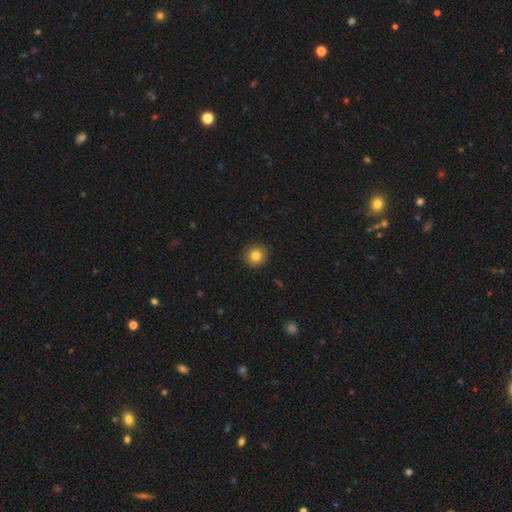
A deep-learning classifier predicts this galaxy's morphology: Overall: smooth (82%). How rounded: round (92%). Merging: none (92%).